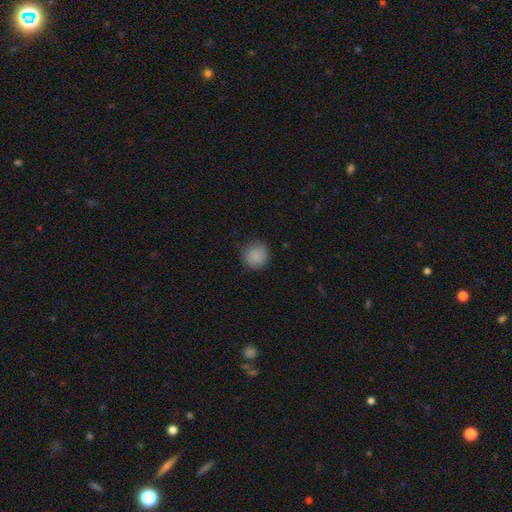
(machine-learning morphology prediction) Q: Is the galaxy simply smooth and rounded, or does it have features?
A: smooth — 88%.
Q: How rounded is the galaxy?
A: round — 93%.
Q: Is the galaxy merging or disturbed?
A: none — 82%.